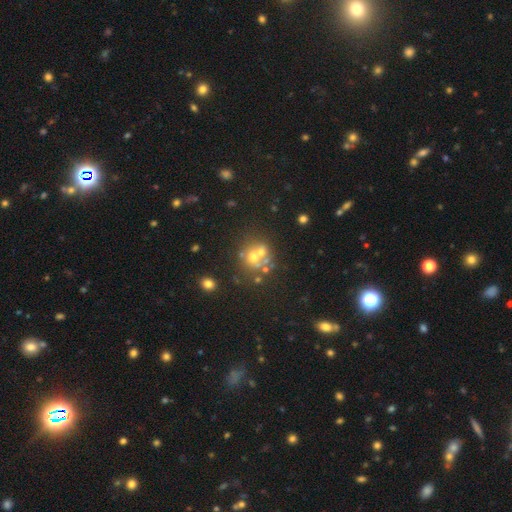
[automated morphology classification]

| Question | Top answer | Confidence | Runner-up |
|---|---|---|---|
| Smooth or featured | smooth | 47% | featured or disk (33%) |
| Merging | none | 42% | merger (39%) |